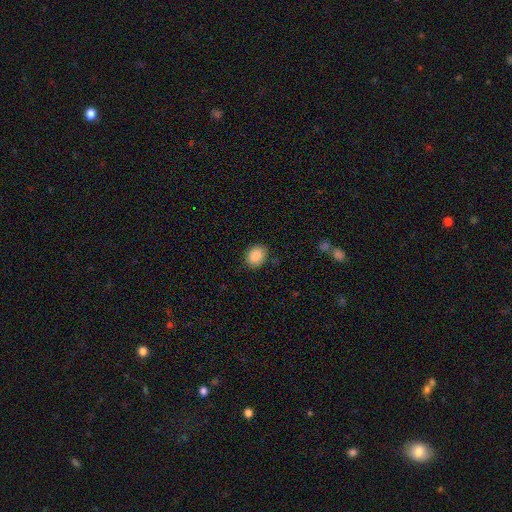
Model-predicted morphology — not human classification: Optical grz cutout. It shows a smooth galaxy with no disk features (88%) that is in between round and cigar-shaped (55%). Merging: none (86%).